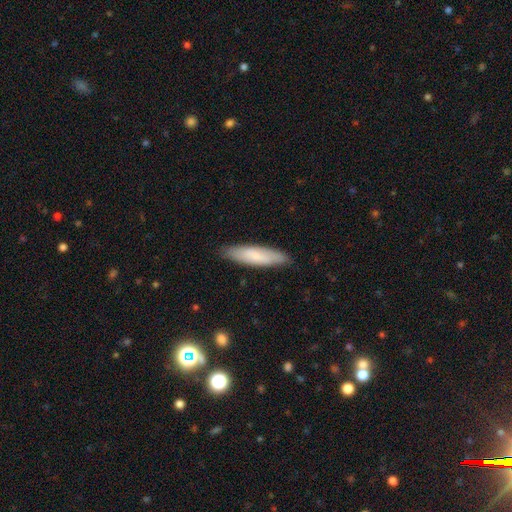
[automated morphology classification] Q: Smooth or featured?
A: smooth (75%); runner-up: featured or disk (19%)
Q: How rounded?
A: cigar-shaped (73%); runner-up: in between (26%)
Q: Merging?
A: none (86%); runner-up: minor disturbance (11%)